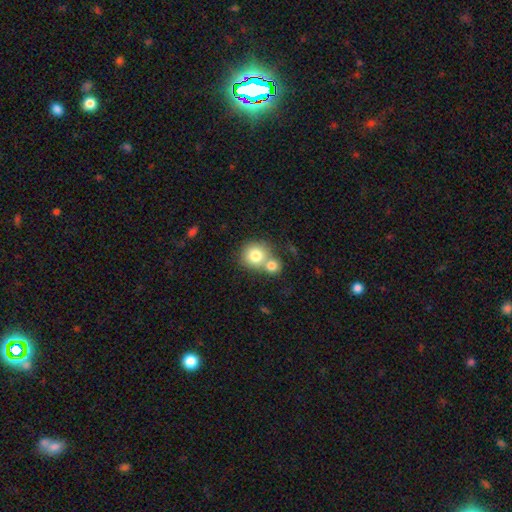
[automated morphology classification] smooth 77%, featured or disk 13%, star or artifact 9%. Down the decision tree: how rounded — round (86%); merging — merger (50%).